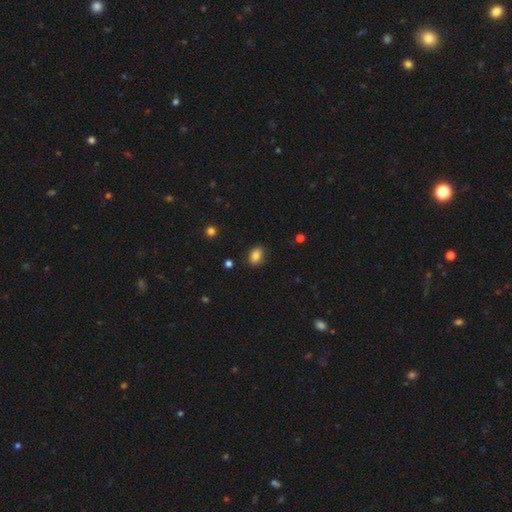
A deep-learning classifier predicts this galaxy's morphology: Overall: smooth (84%). How rounded: in between (73%). Merging: none (81%).